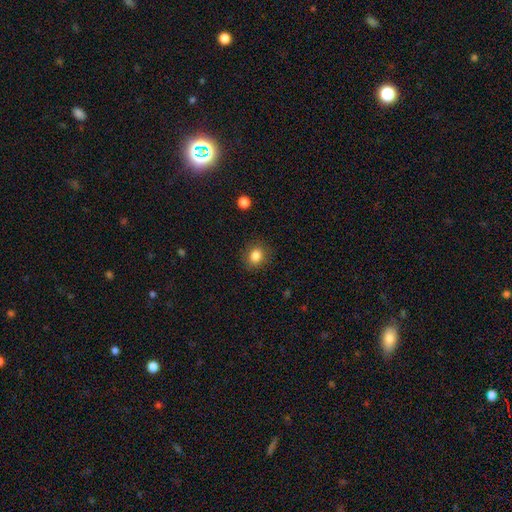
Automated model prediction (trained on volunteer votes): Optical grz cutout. It shows a smooth galaxy with no disk features (84%) that is round (67%). Merging: none (87%).